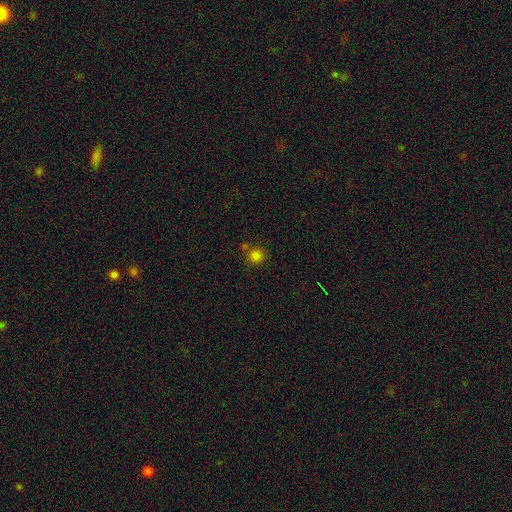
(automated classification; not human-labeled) Smooth or featured? smooth (80%)
How rounded? round (91%)
Merging? none (73%)